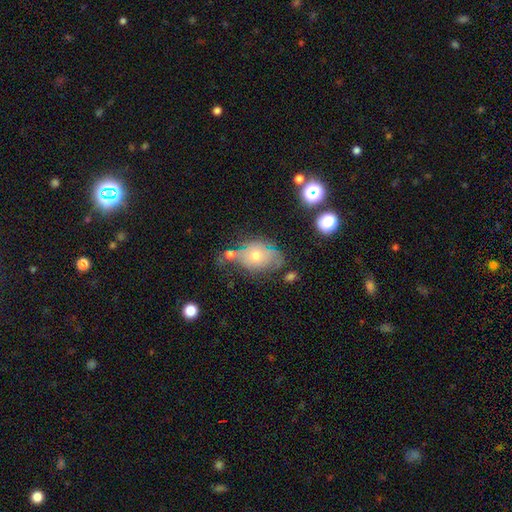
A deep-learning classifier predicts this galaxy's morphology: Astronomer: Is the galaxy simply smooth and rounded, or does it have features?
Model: smooth — 51% (runner-up: featured or disk, 37%).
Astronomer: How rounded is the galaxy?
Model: in between — 68%.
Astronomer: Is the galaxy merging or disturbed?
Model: none — 43% (runner-up: minor disturbance, 28%).